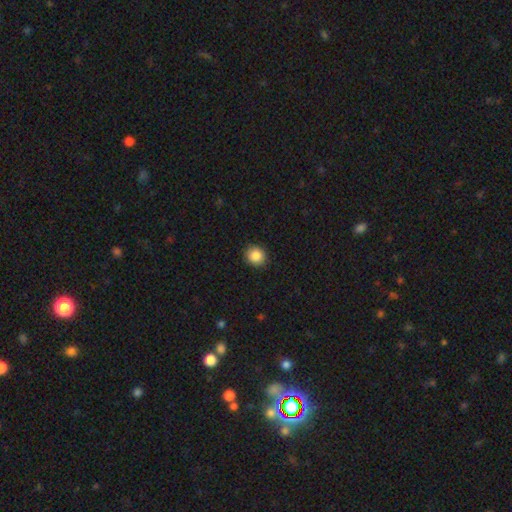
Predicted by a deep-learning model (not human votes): Smooth or featured: smooth — 87% (star or artifact — 9%)
How rounded: round — 85% (in between — 14%)
Merging: none — 91% (minor disturbance — 6%)